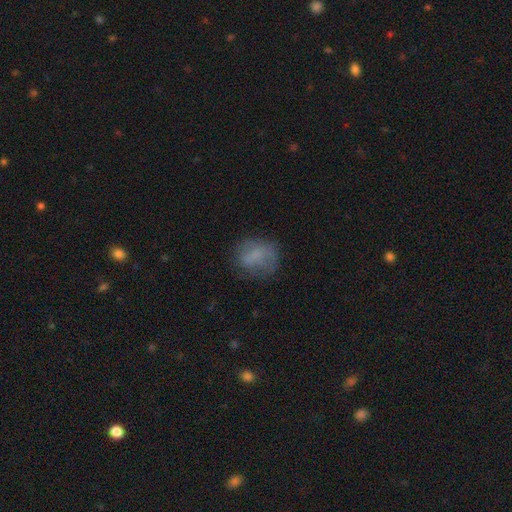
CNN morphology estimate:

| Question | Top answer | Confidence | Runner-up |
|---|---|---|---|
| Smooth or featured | smooth | 63% | featured or disk (25%) |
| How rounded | round | 56% | in between (43%) |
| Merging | none | 57% | minor disturbance (24%) |